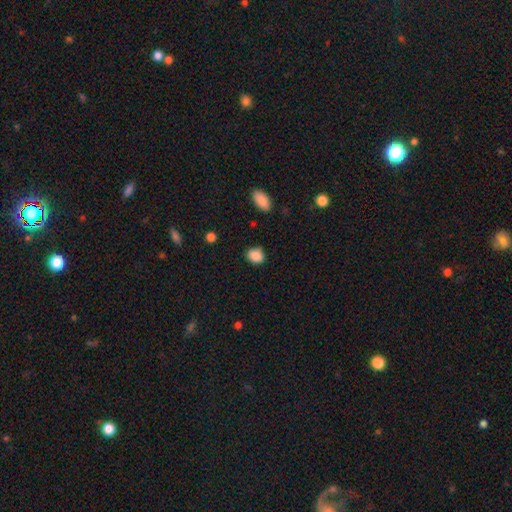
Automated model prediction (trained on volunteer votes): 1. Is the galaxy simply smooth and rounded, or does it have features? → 87% smooth, 9% star or artifact, 4% featured or disk.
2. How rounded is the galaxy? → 55% round, 44% in between, 1% cigar-shaped.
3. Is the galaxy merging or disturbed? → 78% none, 17% minor disturbance, 3% major disturbance, 2% merger.